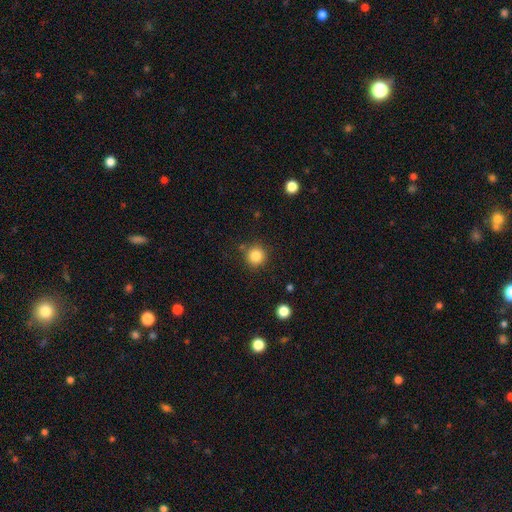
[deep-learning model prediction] Smooth or featured: smooth — 84% (star or artifact — 11%)
How rounded: round — 94% (in between — 5%)
Merging: none — 85% (minor disturbance — 8%)